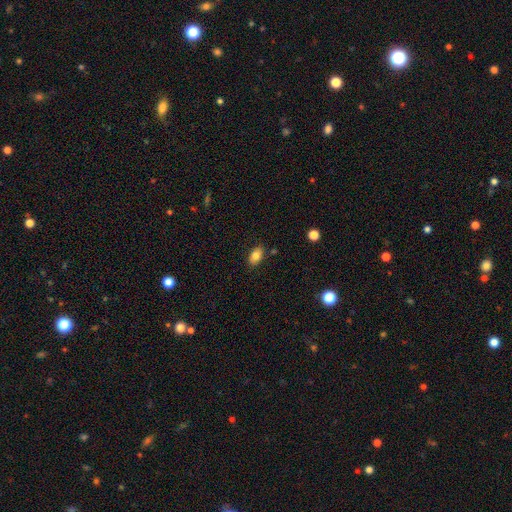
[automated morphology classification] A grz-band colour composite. It shows a smooth galaxy with no disk features (82%) that is in between round and cigar-shaped (90%). Merging: none (85%).